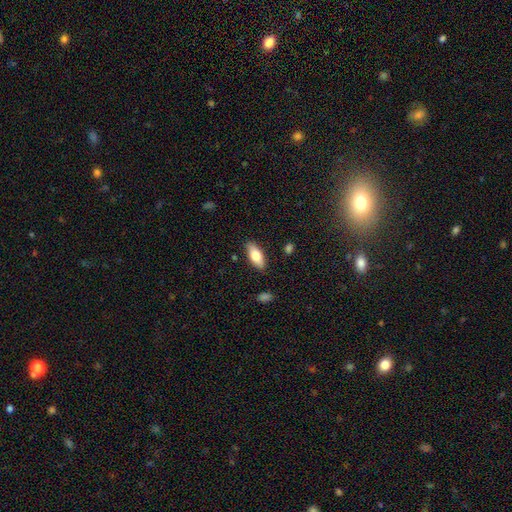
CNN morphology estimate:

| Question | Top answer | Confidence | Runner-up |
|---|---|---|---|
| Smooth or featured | smooth | 74% | featured or disk (20%) |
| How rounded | in between | 81% | cigar-shaped (16%) |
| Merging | none | 87% | minor disturbance (10%) |